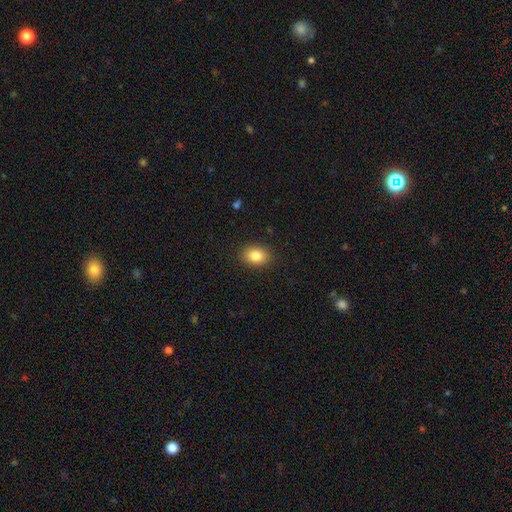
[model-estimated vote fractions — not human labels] A smooth galaxy with no disk features (85%) that is in between round and cigar-shaped (67%). Merging: none (89%).